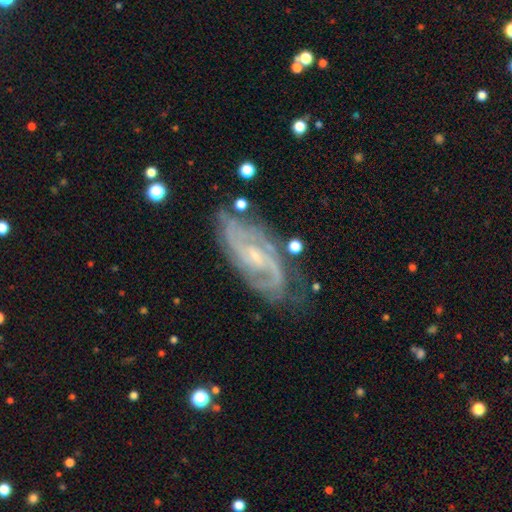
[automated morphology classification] Smooth or featured: featured or disk — 88% (smooth — 6%)
Edge-on disk: no — 94% (yes — 6%)
Bar: no — 45% (weak — 44%)
Spiral arms: yes — 97% (no — 3%)
Spiral winding: medium — 44% (tight — 42%)
Spiral arm count: 2 — 63% (can't tell — 15%)
Bulge size: small — 73% (moderate — 20%)
Merging: none — 72% (minor disturbance — 19%)